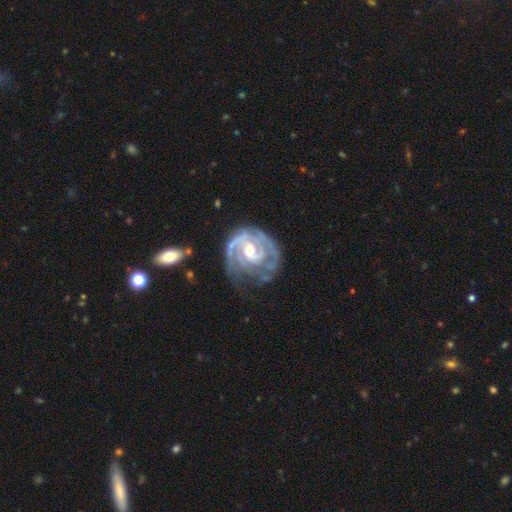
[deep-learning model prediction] Overall: featured or disk (88%). Edge-on disk: no (97%). Bar: weak (45%; no 38%). Spiral arms: yes (94%). Spiral arm count: 2 (43%; can't tell 25%). Spiral winding: tight (58%; medium 33%). Bulge size: moderate (60%; small 33%). Merging: none (52%; minor disturbance 24%).